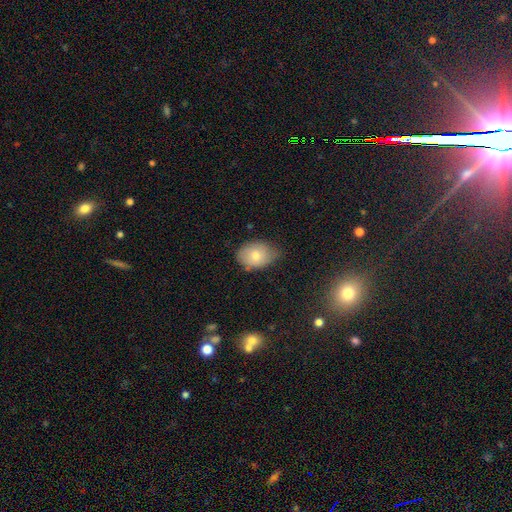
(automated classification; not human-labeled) Smooth or featured? Predicted: smooth (p=0.71). How rounded? Predicted: in between (p=0.77). Merging? Predicted: none (p=0.59).